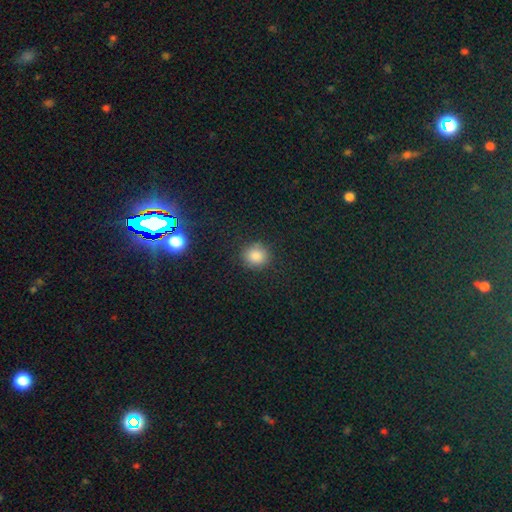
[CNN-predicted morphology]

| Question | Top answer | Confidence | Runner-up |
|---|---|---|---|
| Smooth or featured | smooth | 82% | star or artifact (14%) |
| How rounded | round | 88% | in between (11%) |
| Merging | none | 88% | minor disturbance (8%) |